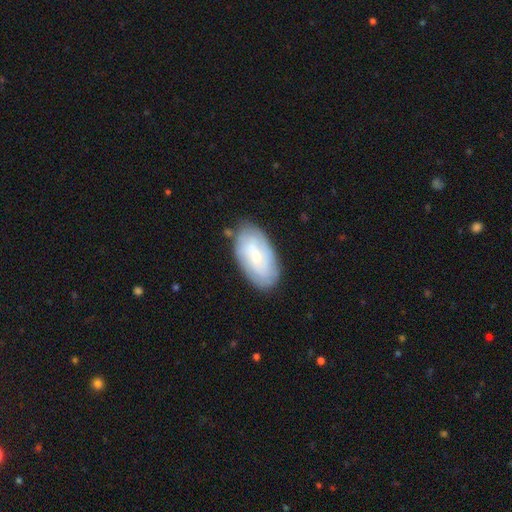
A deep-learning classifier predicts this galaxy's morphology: The model was most divided on "smooth or featured": featured or disk: 54%, smooth: 40%, star or artifact: 7%. More confident: edge-on disk — no (92%); merging — none (81%).